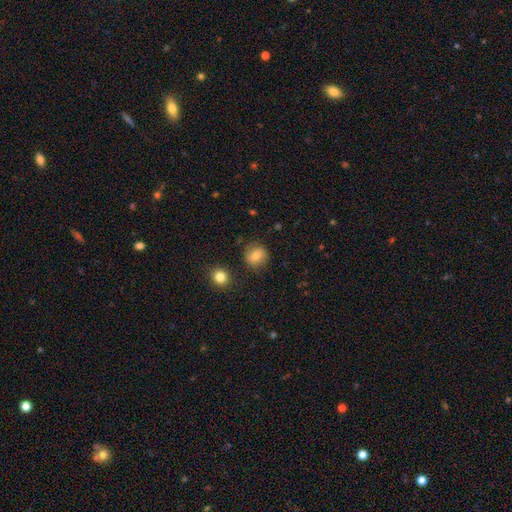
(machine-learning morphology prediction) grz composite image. It shows a smooth galaxy with no disk features (75%) that is round (81%). Merging: none (81%).